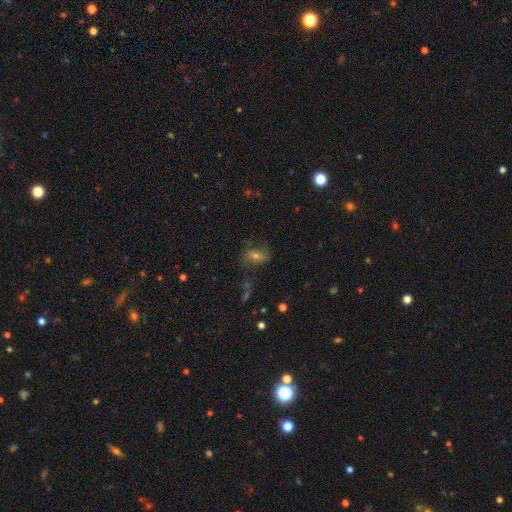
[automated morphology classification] A featured or disk galaxy (41%). Merging: none (65%).